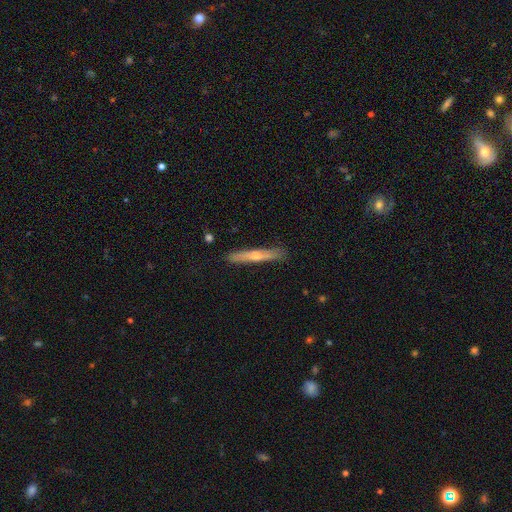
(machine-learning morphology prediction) This is possibly a smooth galaxy (49%). Merging: clearly none (87%).